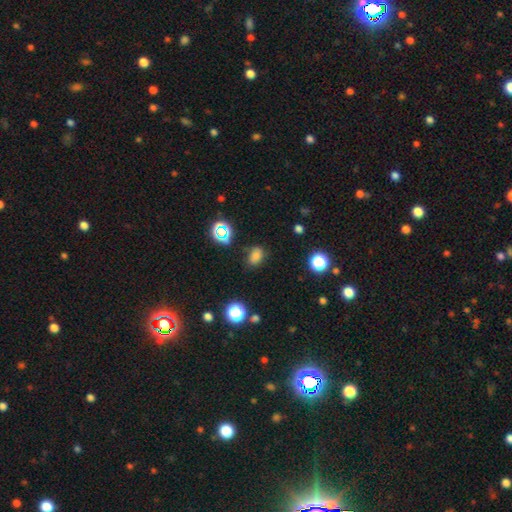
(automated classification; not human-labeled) Smooth or featured? Predicted: smooth (p=0.72). How rounded? Predicted: in between (p=0.67). Merging? Predicted: none (p=0.77).